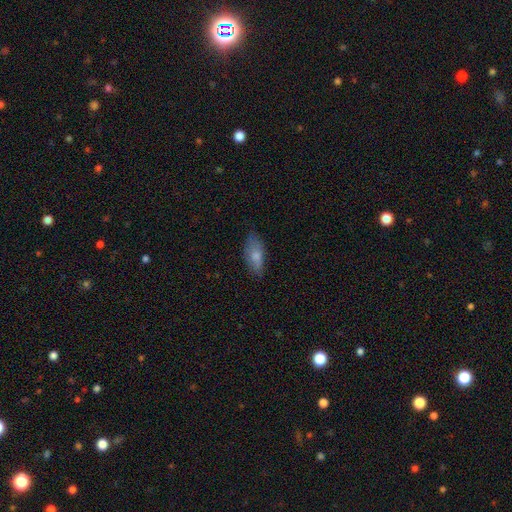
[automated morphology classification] The model was most divided on "merging": none: 69%, minor disturbance: 24%, major disturbance: 6%, merger: 1%. More confident: how rounded — in between (81%); smooth or featured — smooth (77%).